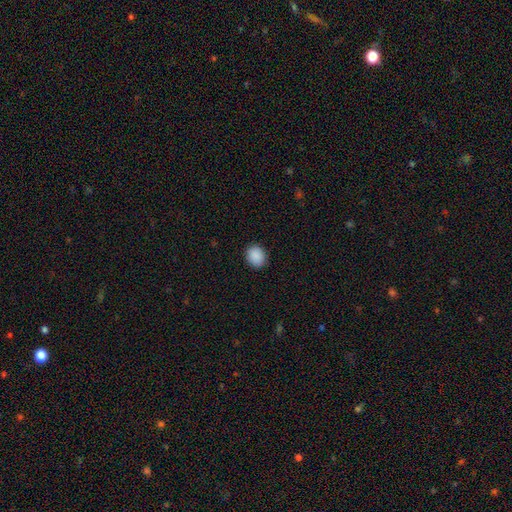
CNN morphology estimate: Smooth or featured?
  - smooth: 90% *
  - star or artifact: 8%
  - featured or disk: 2%
How rounded?
  - round: 62% *
  - in between: 37%
  - cigar-shaped: 1%
Merging?
  - none: 90% *
  - minor disturbance: 7%
  - major disturbance: 2%
  - merger: 1%